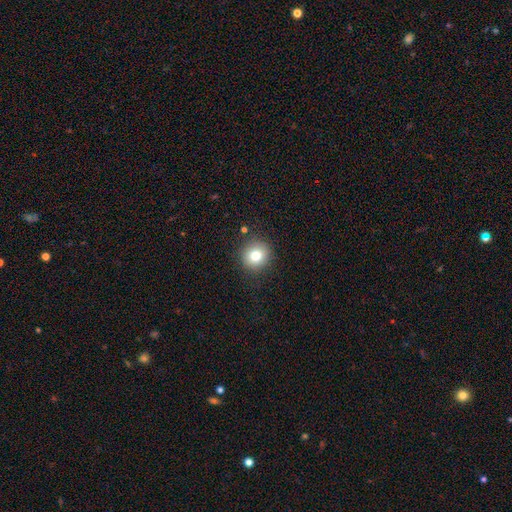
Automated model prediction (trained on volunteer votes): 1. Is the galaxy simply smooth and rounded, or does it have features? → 78% smooth, 12% star or artifact, 10% featured or disk.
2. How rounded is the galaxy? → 91% round, 8% in between, 1% cigar-shaped.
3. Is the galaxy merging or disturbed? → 89% none, 7% minor disturbance, 3% major disturbance, 1% merger.